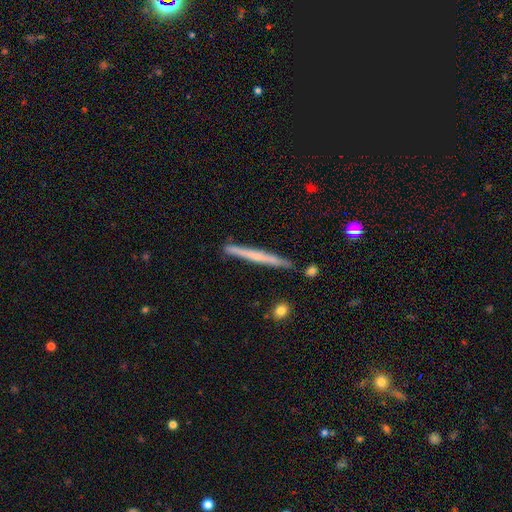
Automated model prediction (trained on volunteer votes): Overall: featured or disk (49%; smooth 45%). Merging: none (87%).